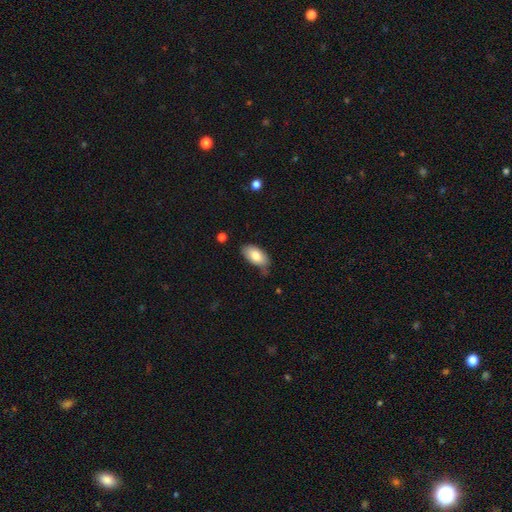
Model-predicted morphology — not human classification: Overall: smooth (81%). How rounded: in between (95%). Merging: none (62%; minor disturbance 29%).